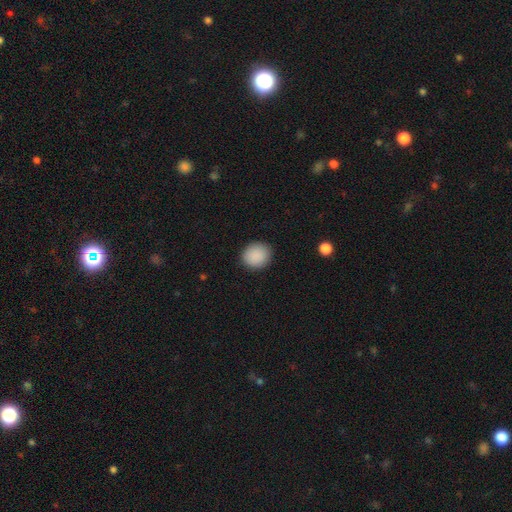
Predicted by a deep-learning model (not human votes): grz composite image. It shows a smooth galaxy with no disk features (90%) that is round (80%). Merging: none (90%).